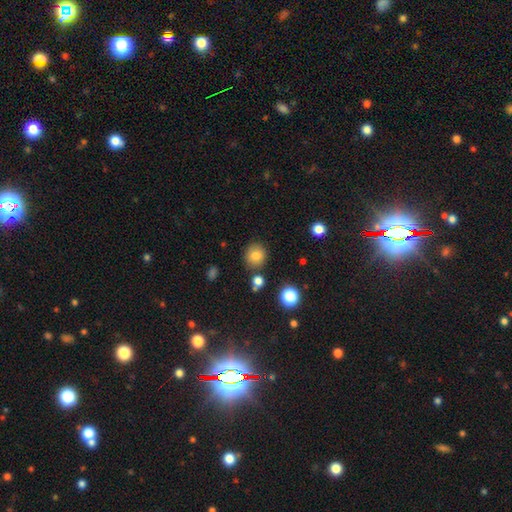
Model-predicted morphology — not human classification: type=smooth (80%); roundness=round (88%); merging=none (84%).